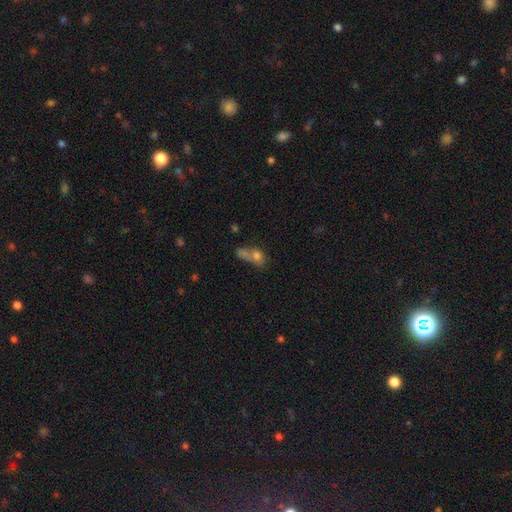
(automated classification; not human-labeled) Overall: smooth (61%). How rounded: in between (51%; round 42%). Merging: merger (52%; none 28%).